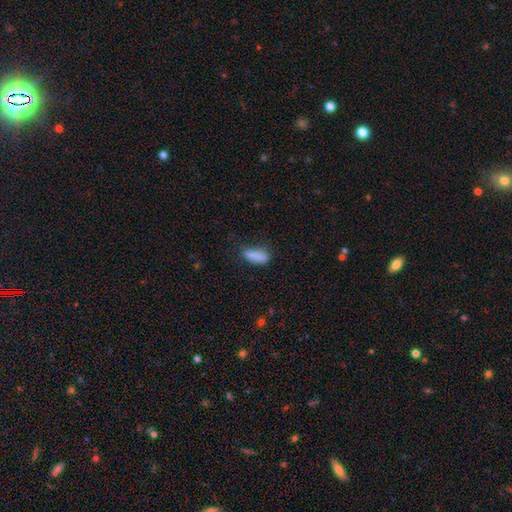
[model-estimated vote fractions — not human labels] smooth 85%, star or artifact 9%, featured or disk 7%. Down the decision tree: how rounded — in between (56%); merging — none (66%).